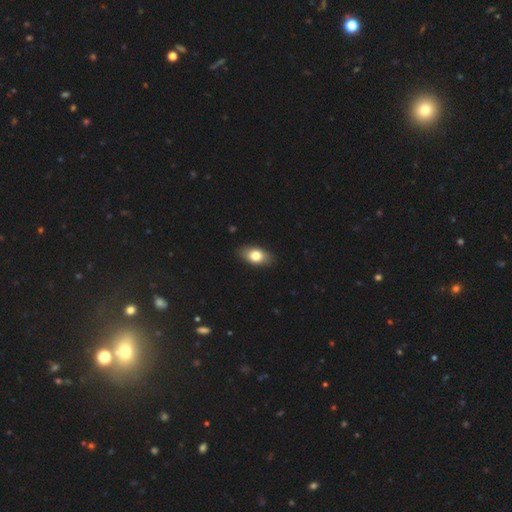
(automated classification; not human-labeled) Morphology: type=smooth (78%); roundness=in between (88%); merging=none (87%).